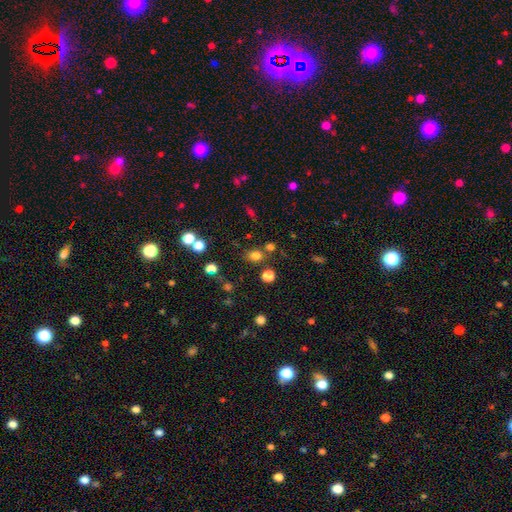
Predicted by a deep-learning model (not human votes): Smooth or featured? Predicted: smooth (p=0.77). How rounded? Predicted: round (p=0.53). Merging? Predicted: none (p=0.74).